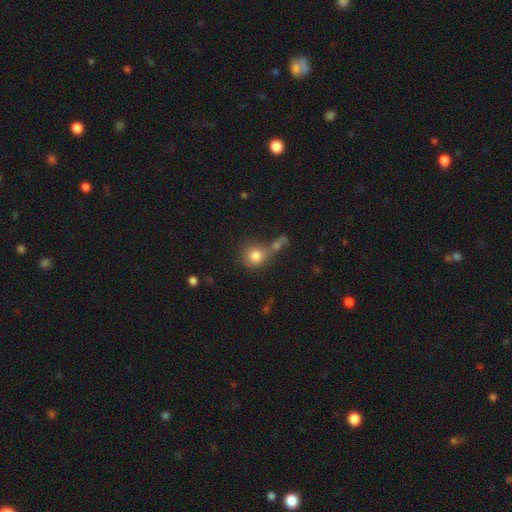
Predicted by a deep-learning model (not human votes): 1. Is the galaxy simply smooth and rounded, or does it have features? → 79% smooth, 10% star or artifact, 10% featured or disk.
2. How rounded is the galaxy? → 84% round, 15% in between, 1% cigar-shaped.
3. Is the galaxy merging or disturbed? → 40% merger (tied), 40% none (tied), 12% minor disturbance, 8% major disturbance.